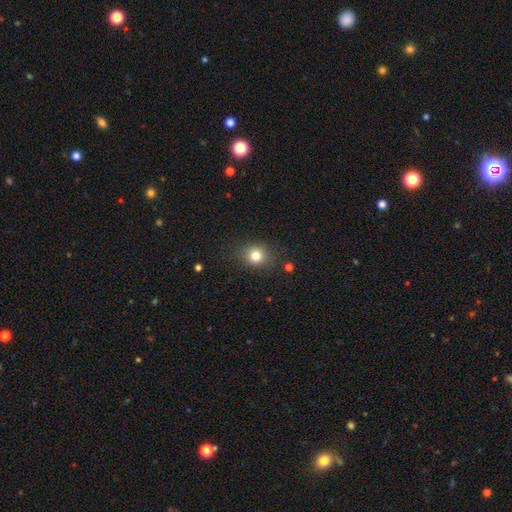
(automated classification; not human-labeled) Overall: smooth (80%). How rounded: round (76%). Merging: none (84%).